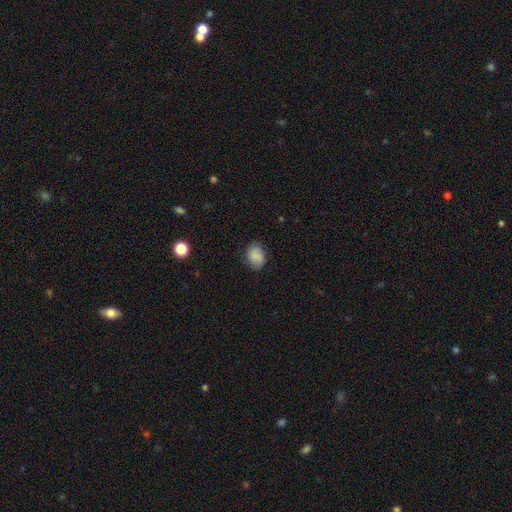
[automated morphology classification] Smooth or featured? smooth (76%)
How rounded? in between (64%)
Merging? none (76%)